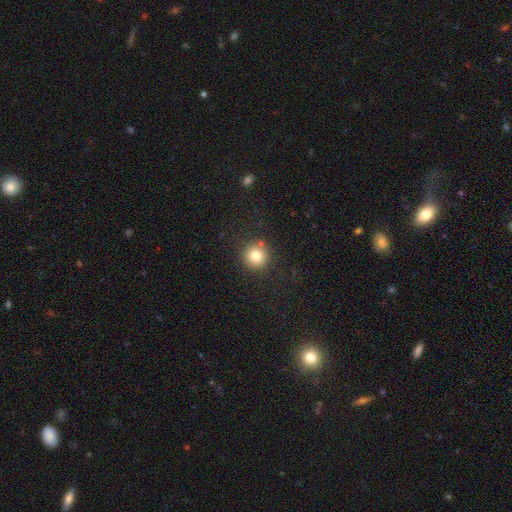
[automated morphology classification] Overall: smooth (81%). How rounded: round (92%). Merging: none (85%).